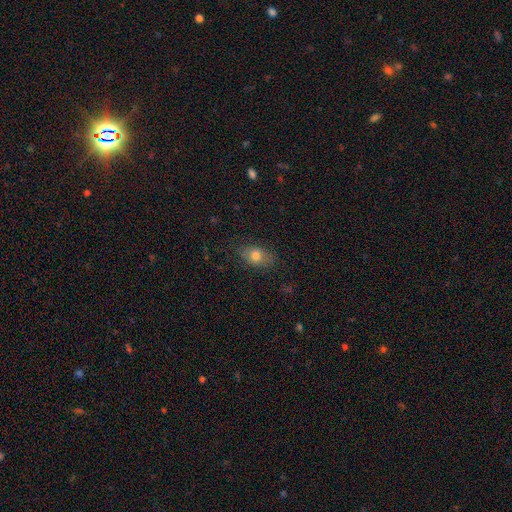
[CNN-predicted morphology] smooth-or-featured: smooth: 77% | featured or disk: 13% | star or artifact: 10%
  how-rounded: in between: 80% | round: 18% | cigar-shaped: 3%
  merging: none: 80% | minor disturbance: 15% | major disturbance: 4% | merger: 1%